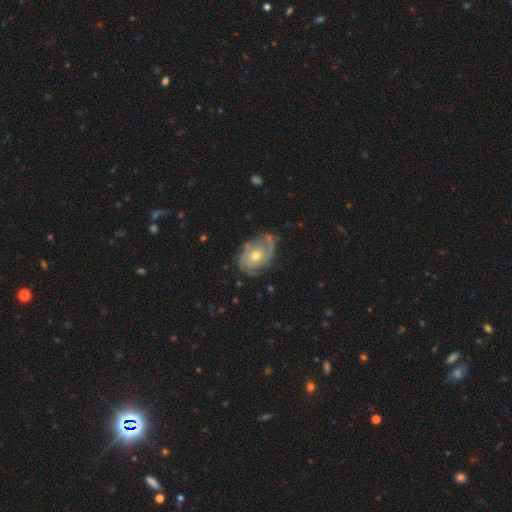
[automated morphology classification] Overall: featured or disk (88%). Edge-on disk: no (97%). Bar: no (72%). Spiral arms: yes (96%). Spiral arm count: 2 (45%; 3 23%). Spiral winding: tight (62%; medium 30%). Bulge size: moderate (65%; small 31%). Merging: none (72%).